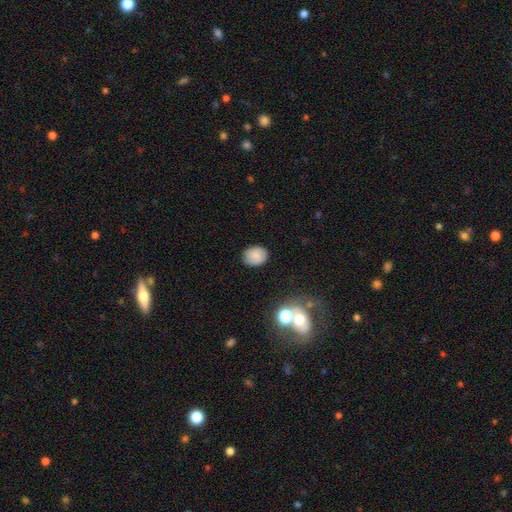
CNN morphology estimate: This appears to be a smooth galaxy with no disk features (79%) that is in between round and cigar-shaped (54%). Merging: none (84%).